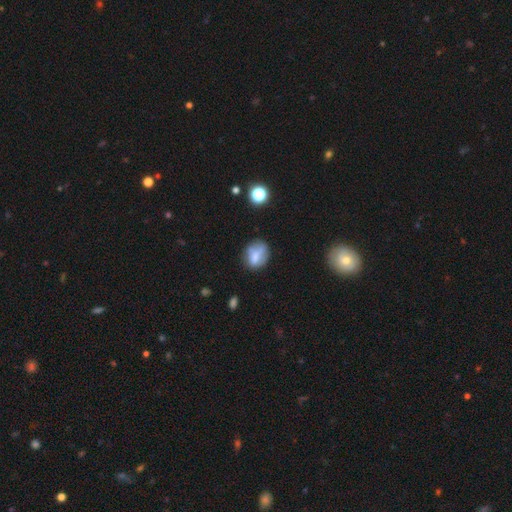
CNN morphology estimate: A smooth galaxy with no disk features (64%) that is in between round and cigar-shaped (52%).

Vote fractions:
- Smooth or featured? smooth: 64% / featured or disk: 25% / star or artifact: 11%
- How rounded? in between: 52% / round: 46% / cigar-shaped: 2%
- Merging? none: 54% / minor disturbance: 26% / major disturbance: 12% / merger: 8%